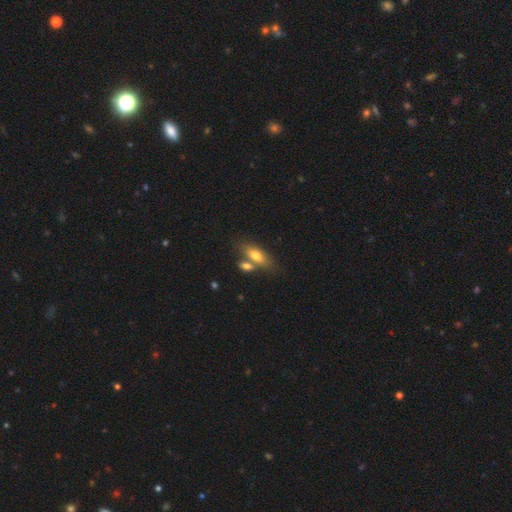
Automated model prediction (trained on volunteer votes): A smooth galaxy with no disk features (73%) that is in between round and cigar-shaped (75%).

Vote fractions:
- Smooth or featured? smooth: 73% / featured or disk: 21% / star or artifact: 7%
- How rounded? in between: 75% / cigar-shaped: 21% / round: 4%
- Merging? none: 52% / merger: 33% / minor disturbance: 11% / major disturbance: 4%